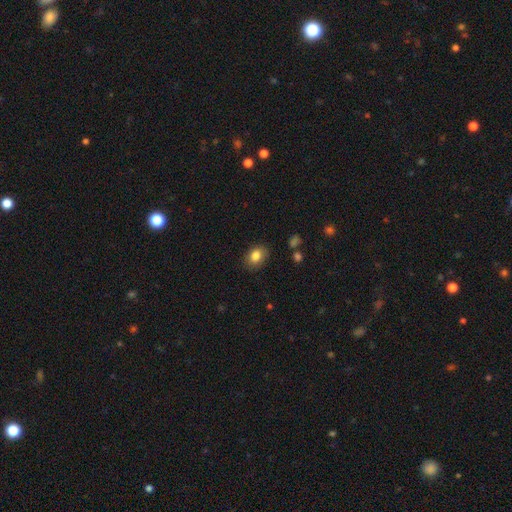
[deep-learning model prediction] Morphology: type=smooth (83%); roundness=in between (66%); merging=none (84%).